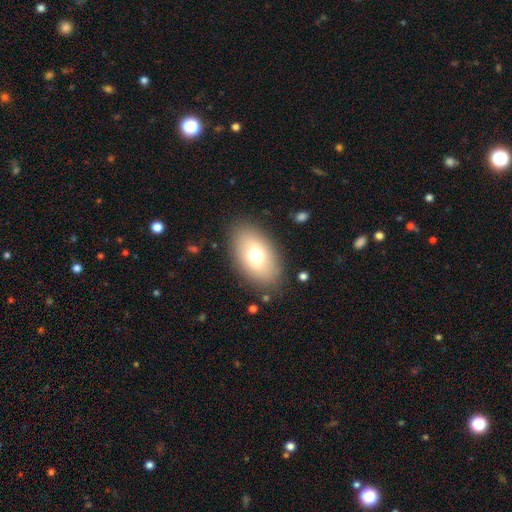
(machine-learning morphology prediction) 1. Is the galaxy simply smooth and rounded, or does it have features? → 67% smooth, 23% featured or disk, 10% star or artifact.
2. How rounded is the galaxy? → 88% in between, 11% round, 2% cigar-shaped.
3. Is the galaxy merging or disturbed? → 84% none, 10% minor disturbance, 4% major disturbance, 1% merger.